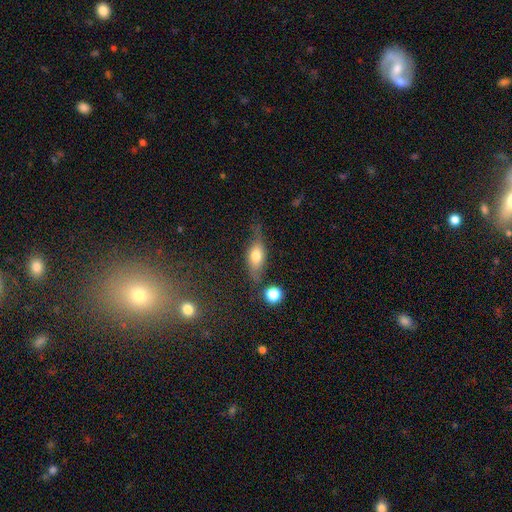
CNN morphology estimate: The model was most divided on "merging": none: 53%, minor disturbance: 29%, major disturbance: 12%, merger: 6%. More confident: how rounded — in between (76%); smooth or featured — smooth (62%).